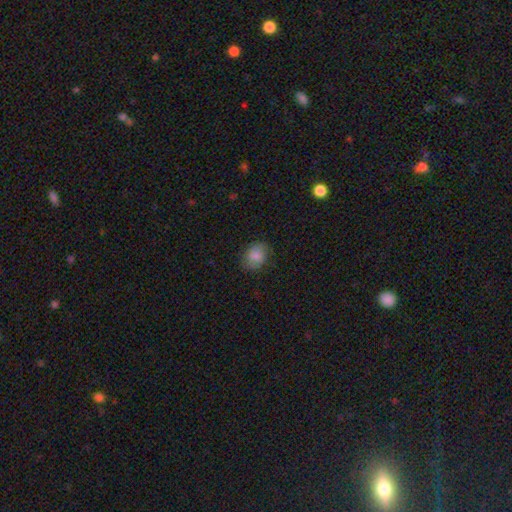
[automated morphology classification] This is clearly a smooth galaxy (82%). How rounded: likely in between (61%). Merging: likely none (78%).